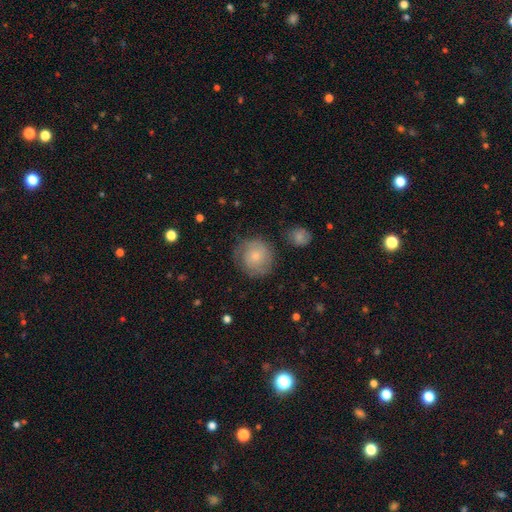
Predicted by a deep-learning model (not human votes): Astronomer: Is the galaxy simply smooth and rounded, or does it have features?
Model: smooth — 49% (runner-up: featured or disk, 43%).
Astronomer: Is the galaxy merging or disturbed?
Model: none — 72%.